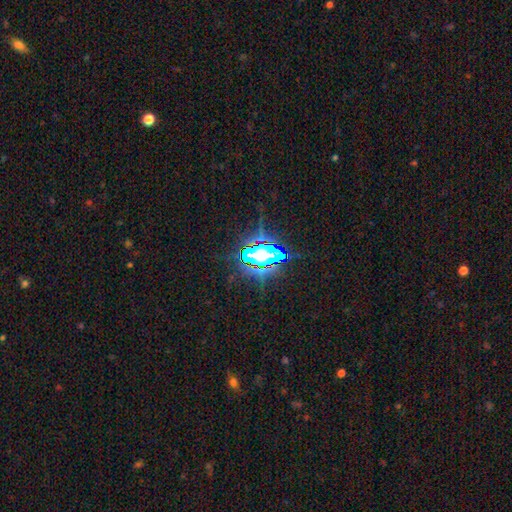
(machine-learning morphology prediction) A star or artifact, not a galaxy (73%).

Vote fractions:
- Smooth or featured? star or artifact: 73% / smooth: 15% / featured or disk: 12%